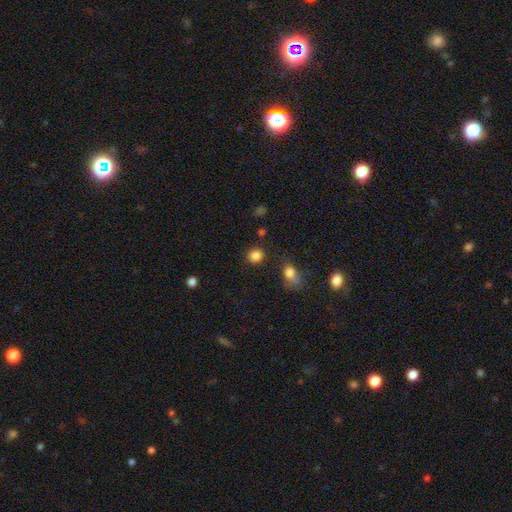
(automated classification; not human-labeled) Morphology: type=smooth (84%); roundness=round (87%); merging=none (83%).